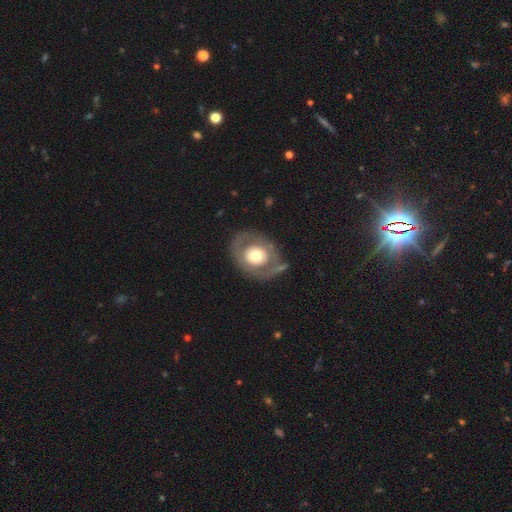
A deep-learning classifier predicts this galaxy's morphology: smooth_or_featured: smooth (p=0.47) [tied with: featured or disk p=0.47]
merging: none (p=0.72) [alt: minor disturbance p=0.15]